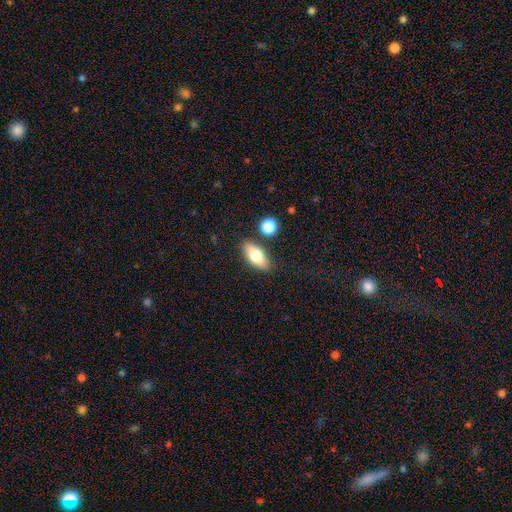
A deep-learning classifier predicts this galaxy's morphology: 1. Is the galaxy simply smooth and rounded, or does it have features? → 70% smooth, 22% featured or disk, 8% star or artifact.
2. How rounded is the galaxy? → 80% in between, 15% cigar-shaped, 5% round.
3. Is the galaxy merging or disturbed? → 82% none, 10% minor disturbance, 6% merger, 3% major disturbance.